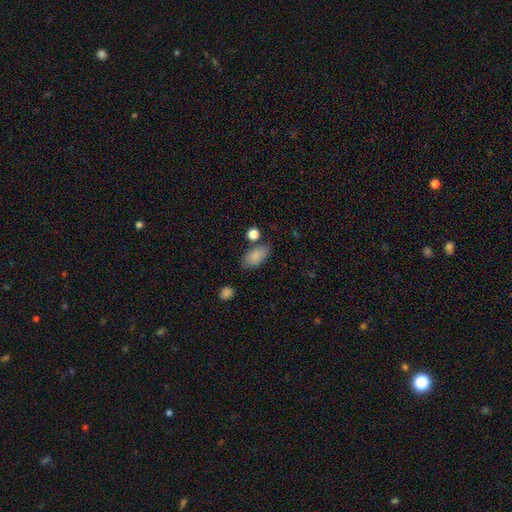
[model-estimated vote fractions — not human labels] Smooth or featured? Predicted: smooth (p=0.86). How rounded? Predicted: in between (p=0.90). Merging? Predicted: none (p=0.72).